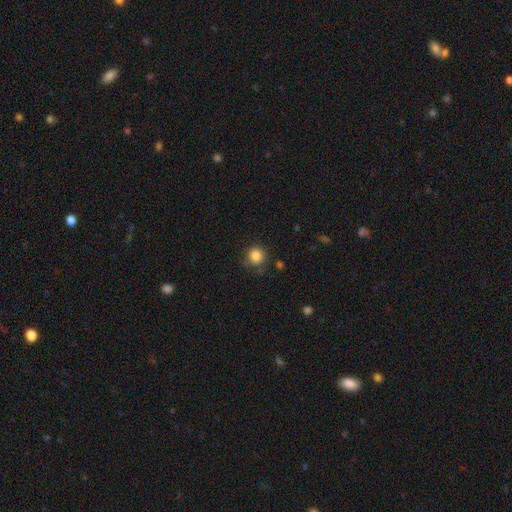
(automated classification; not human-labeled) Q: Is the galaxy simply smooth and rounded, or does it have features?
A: smooth — 85%.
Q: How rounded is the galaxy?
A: round — 93%.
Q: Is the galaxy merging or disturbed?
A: none — 80%.